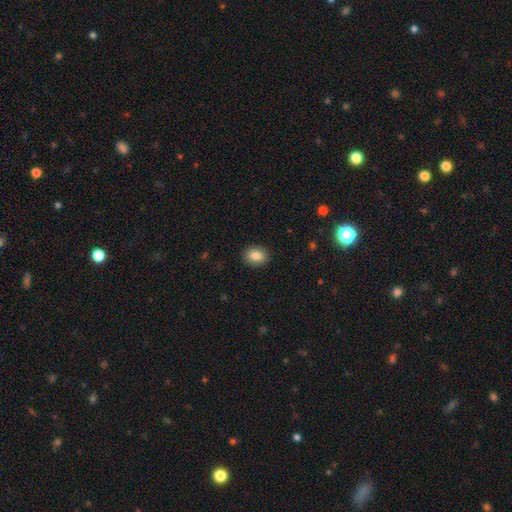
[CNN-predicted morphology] Smooth or featured?
  - smooth: 84% *
  - star or artifact: 8%
  - featured or disk: 8%
How rounded?
  - in between: 64% *
  - round: 35%
  - cigar-shaped: 1%
Merging?
  - none: 90% *
  - minor disturbance: 8%
  - major disturbance: 2%
  - merger: 1%